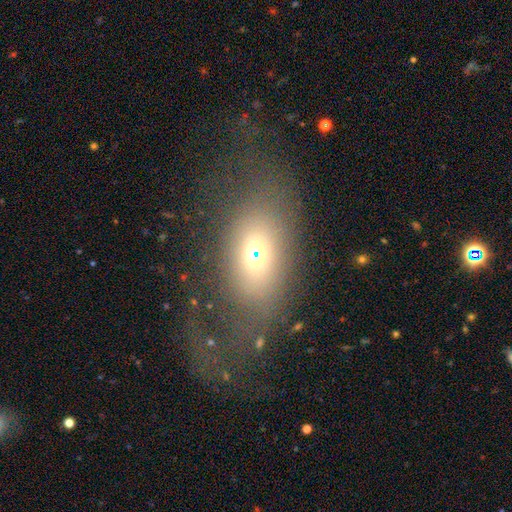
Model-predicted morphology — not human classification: Overall: smooth (58%; featured or disk 21%). How rounded: in between (74%). Merging: none (49%; major disturbance 27%).